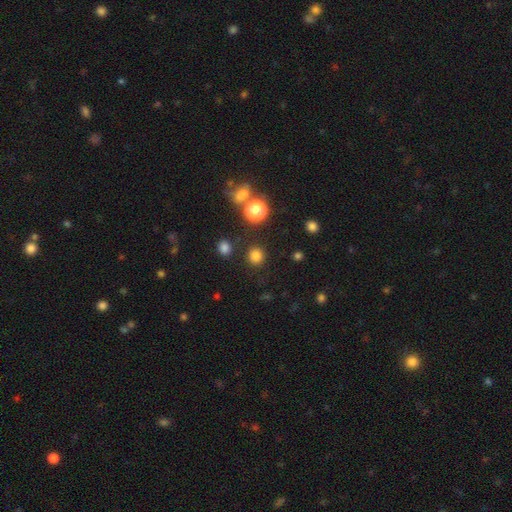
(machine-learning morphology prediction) smooth 79%, star or artifact 17%, featured or disk 4%. Down the decision tree: how rounded — round (92%); merging — none (88%).